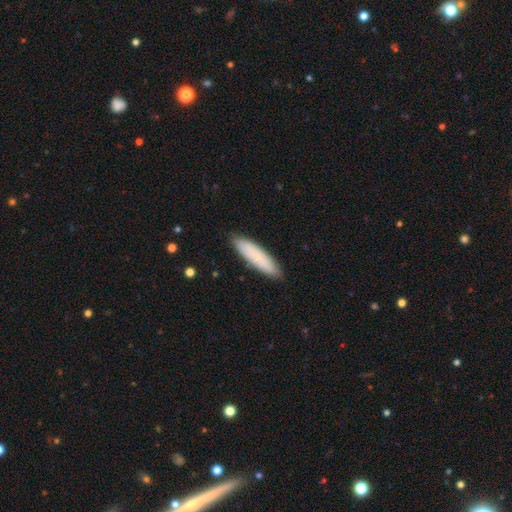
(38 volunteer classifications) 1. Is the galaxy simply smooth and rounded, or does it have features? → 82% smooth, 11% featured or disk, 8% star or artifact.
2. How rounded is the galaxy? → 90% cigar-shaped, 10% in between, 0% round.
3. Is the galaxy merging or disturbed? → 94% none, 3% minor disturbance, 3% major disturbance, 0% merger.